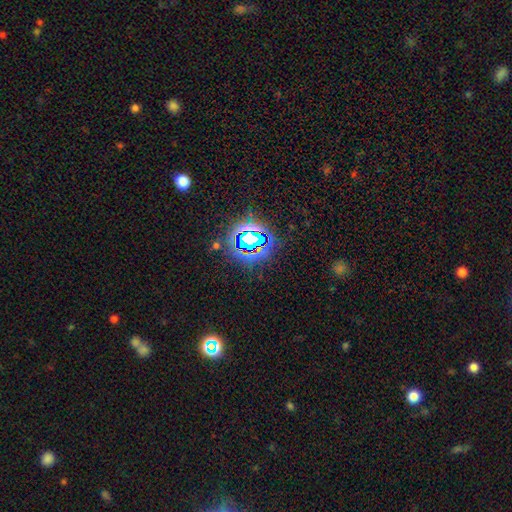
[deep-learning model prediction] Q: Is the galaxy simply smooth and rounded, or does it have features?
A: star or artifact — 78%.